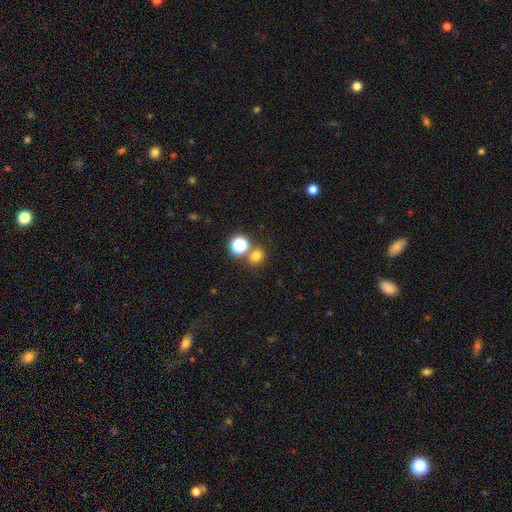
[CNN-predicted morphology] smooth-or-featured: smooth: 75% | star or artifact: 19% | featured or disk: 6%
  how-rounded: round: 79% | in between: 20% | cigar-shaped: 1%
  merging: none: 68% | merger: 21% | minor disturbance: 8% | major disturbance: 3%